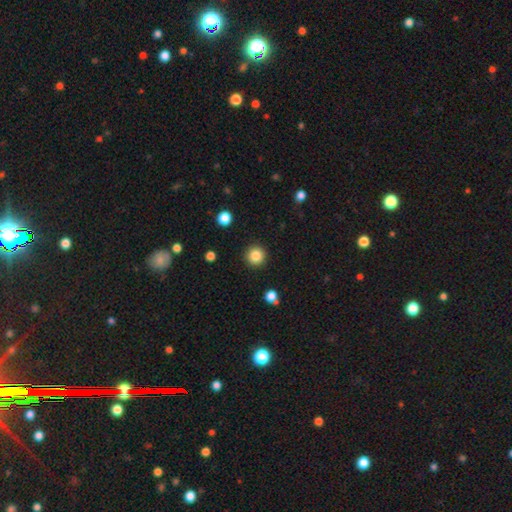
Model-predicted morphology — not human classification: type=smooth (85%); roundness=round (95%); merging=none (92%).